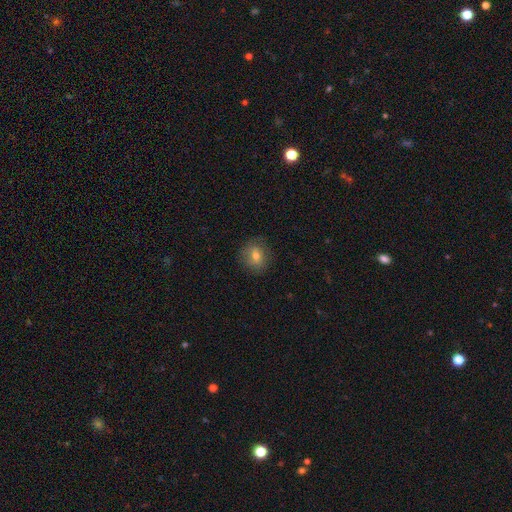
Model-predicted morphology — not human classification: type=smooth (70%); roundness=round (73%); merging=none (80%).